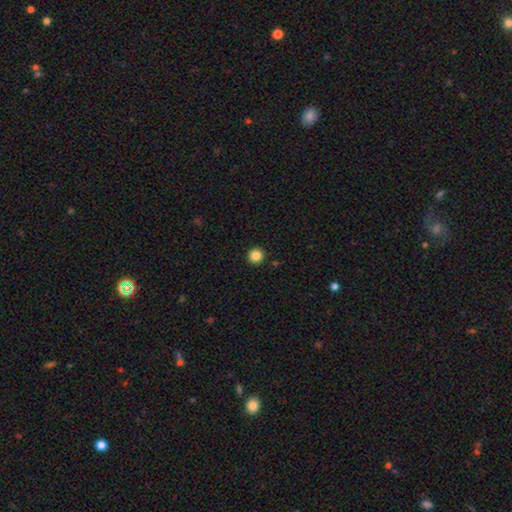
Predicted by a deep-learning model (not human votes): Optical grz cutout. It shows a smooth galaxy with no disk features (85%) that is round (96%). Merging: none (93%).